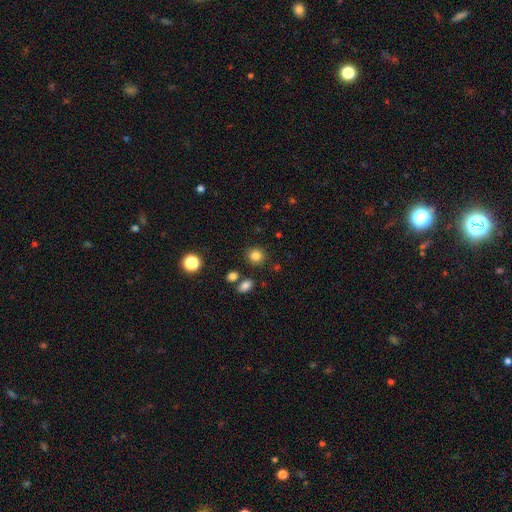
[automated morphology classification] This is clearly a smooth galaxy (83%). How rounded: clearly round (87%). Merging: clearly none (85%).